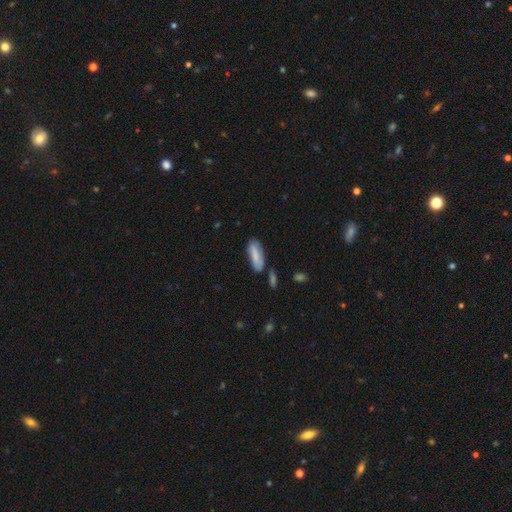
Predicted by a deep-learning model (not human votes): A smooth galaxy with no disk features (78%) that is in between round and cigar-shaped (63%). Merging: none (67%).